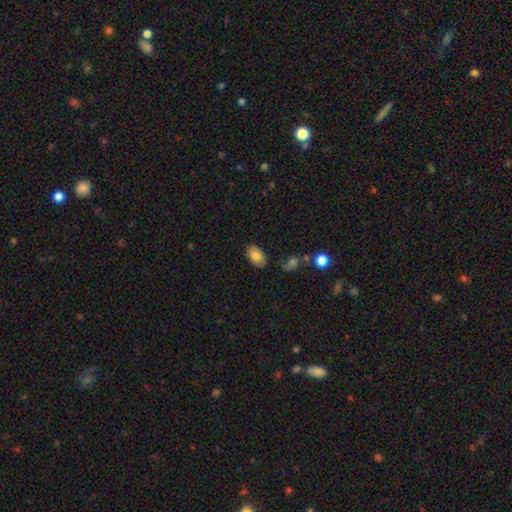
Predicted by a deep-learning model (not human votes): Morphology: type=smooth (79%); roundness=in between (92%); merging=none (81%).